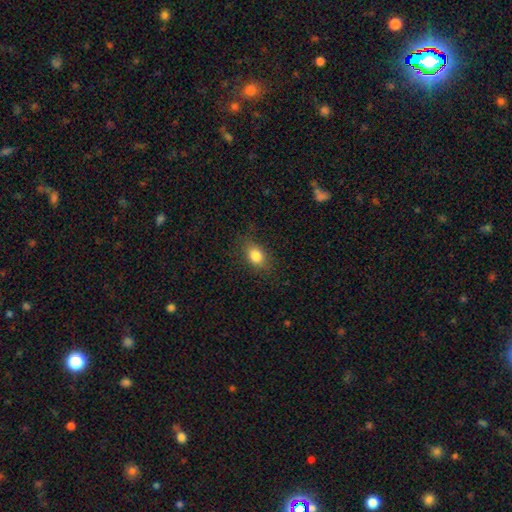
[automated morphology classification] The model was most divided on "how rounded": in between: 69%, round: 28%, cigar-shaped: 3%. More confident: smooth or featured — smooth (82%); merging — none (81%).